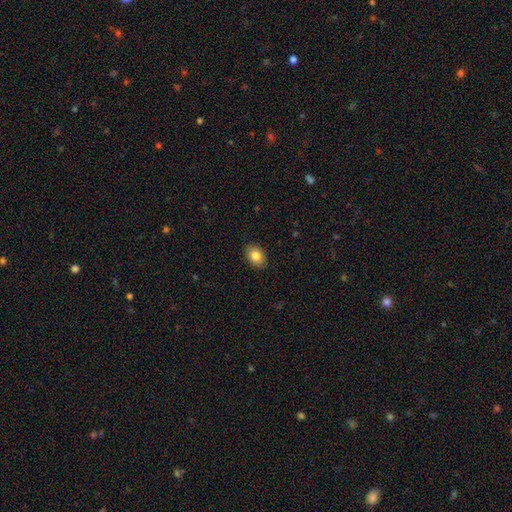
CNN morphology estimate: Q: Smooth or featured?
A: smooth (85%); runner-up: star or artifact (8%)
Q: How rounded?
A: in between (80%); runner-up: round (19%)
Q: Merging?
A: none (89%); runner-up: minor disturbance (8%)